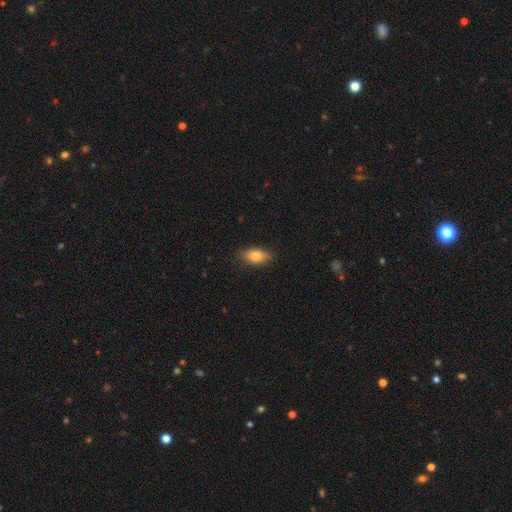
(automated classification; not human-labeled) Smooth or featured?
  - smooth: 81% *
  - featured or disk: 11%
  - star or artifact: 7%
How rounded?
  - in between: 86% *
  - cigar-shaped: 9%
  - round: 5%
Merging?
  - none: 83% *
  - minor disturbance: 13%
  - major disturbance: 3%
  - merger: 1%